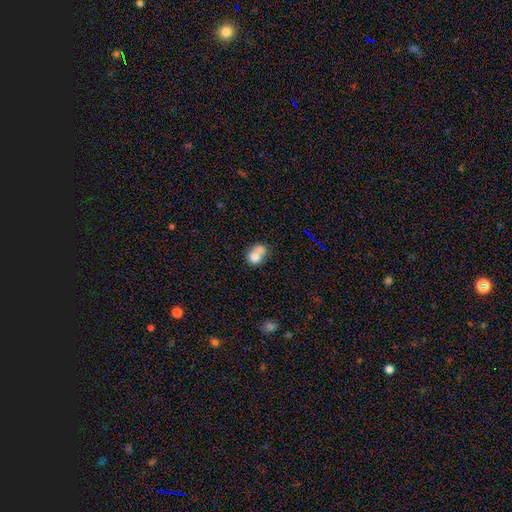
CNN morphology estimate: Smooth or featured? Predicted: smooth (p=0.73). How rounded? Predicted: round (p=0.59). Merging? Predicted: merger (p=0.63).